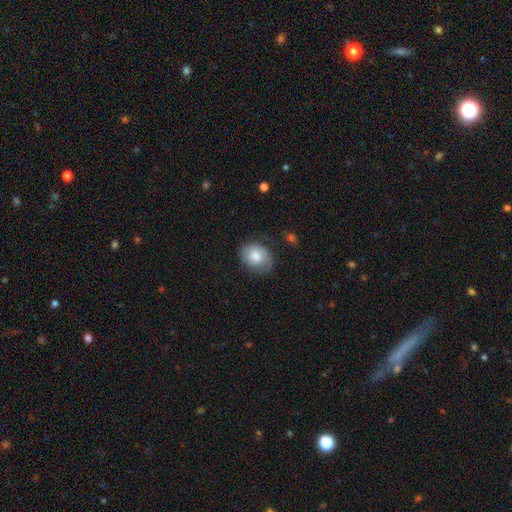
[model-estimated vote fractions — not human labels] smooth_or_featured: smooth (p=0.77) [alt: featured or disk p=0.15]
how_rounded: in between (p=0.50) [tied with: round p=0.50]
merging: none (p=0.70) [alt: minor disturbance p=0.22]